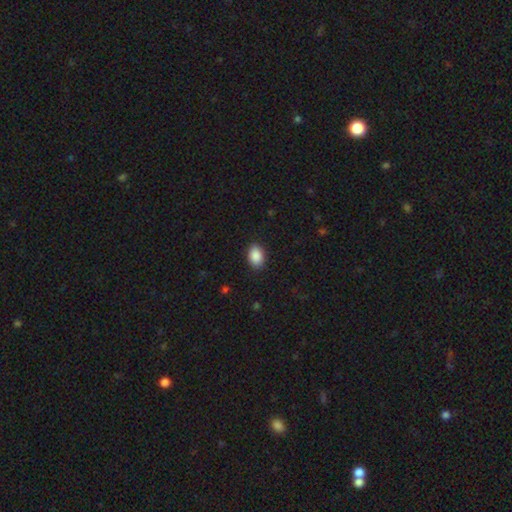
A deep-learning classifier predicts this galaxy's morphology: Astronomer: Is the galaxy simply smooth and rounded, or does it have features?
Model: smooth — 90%.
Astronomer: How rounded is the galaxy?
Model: in between — 82%.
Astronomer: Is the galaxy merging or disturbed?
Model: none — 89%.